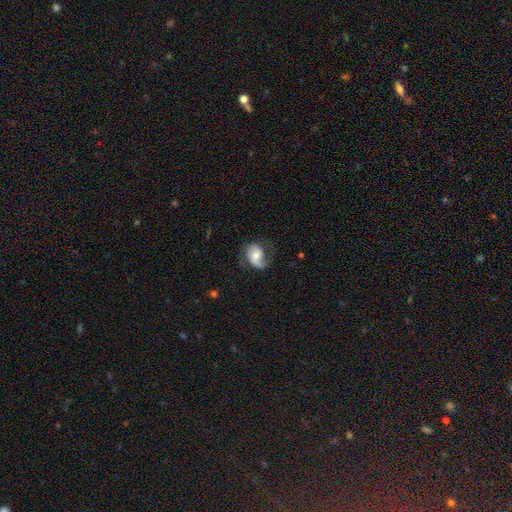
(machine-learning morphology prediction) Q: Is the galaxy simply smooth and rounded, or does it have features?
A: featured or disk — 59%.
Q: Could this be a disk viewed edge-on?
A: no — 96%.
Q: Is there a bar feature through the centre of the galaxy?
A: no — 55%.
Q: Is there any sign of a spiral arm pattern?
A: yes — 87%.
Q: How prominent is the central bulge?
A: moderate — 60%.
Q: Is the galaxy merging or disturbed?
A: none — 52%.